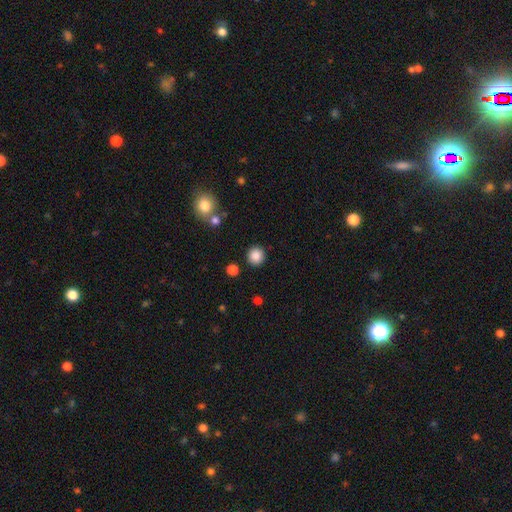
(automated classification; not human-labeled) Smooth or featured? Predicted: smooth (p=0.87). How rounded? Predicted: round (p=0.92). Merging? Predicted: none (p=0.88).